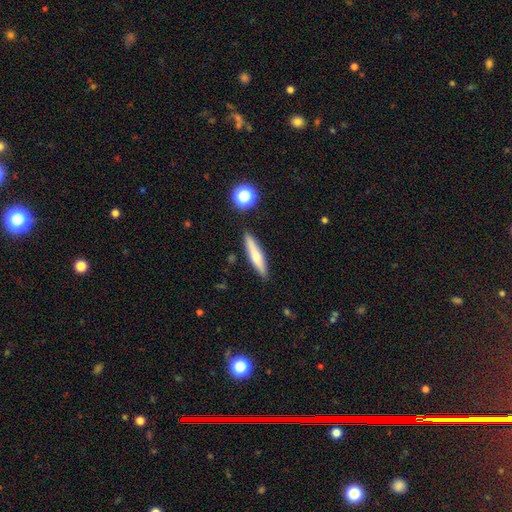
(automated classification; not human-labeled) smooth_or_featured: smooth (p=0.58) [alt: featured or disk p=0.35]
how_rounded: cigar-shaped (p=0.86) [alt: in between p=0.12]
merging: none (p=0.87) [alt: minor disturbance p=0.09]